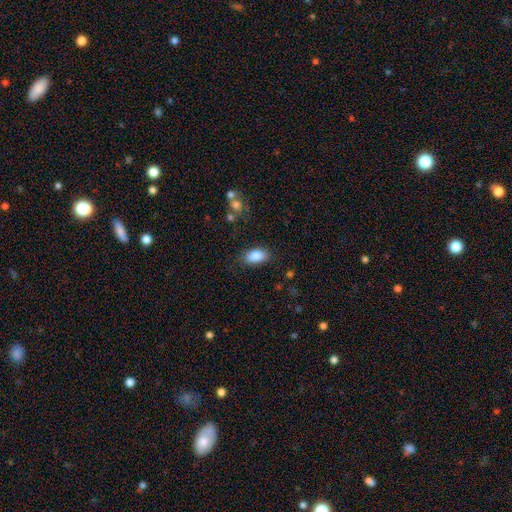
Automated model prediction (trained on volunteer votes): Smooth or featured: smooth — 86% (star or artifact — 7%)
How rounded: in between — 92% (round — 5%)
Merging: none — 81% (minor disturbance — 14%)